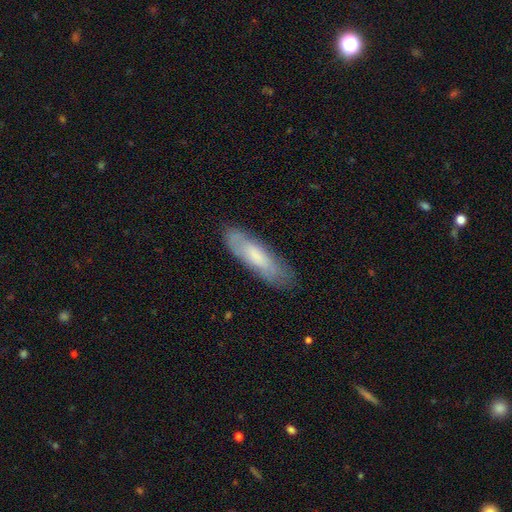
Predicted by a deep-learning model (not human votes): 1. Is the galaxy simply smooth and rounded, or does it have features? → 63% smooth, 30% featured or disk, 6% star or artifact.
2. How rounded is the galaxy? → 60% cigar-shaped, 38% in between, 1% round.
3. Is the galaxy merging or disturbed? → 77% none, 18% minor disturbance, 4% major disturbance, 1% merger.